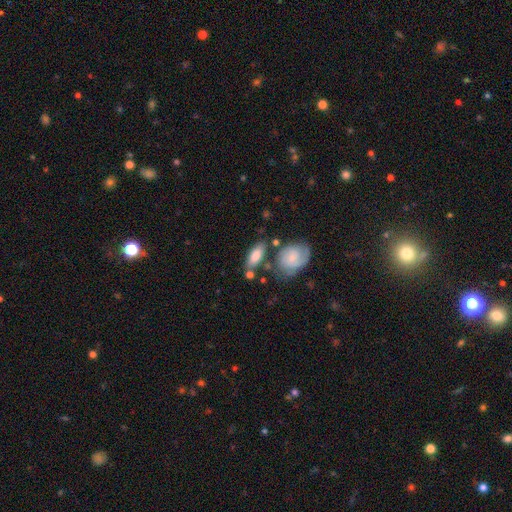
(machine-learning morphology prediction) Q: Smooth or featured?
A: smooth (73%); runner-up: featured or disk (20%)
Q: How rounded?
A: in between (80%); runner-up: cigar-shaped (16%)
Q: Merging?
A: none (63%); runner-up: minor disturbance (17%)